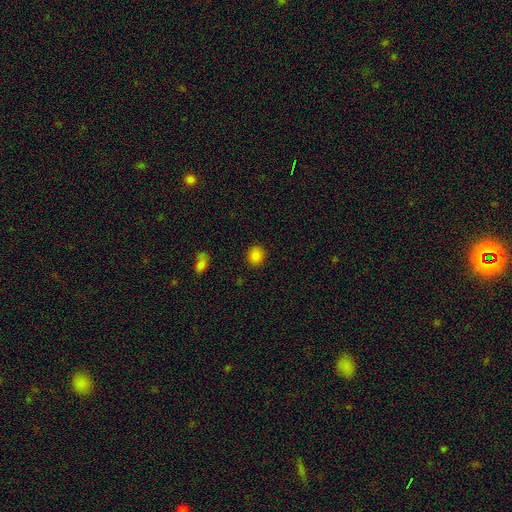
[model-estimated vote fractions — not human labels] This is clearly a smooth galaxy (85%). How rounded: likely round (77%). Merging: clearly none (90%).